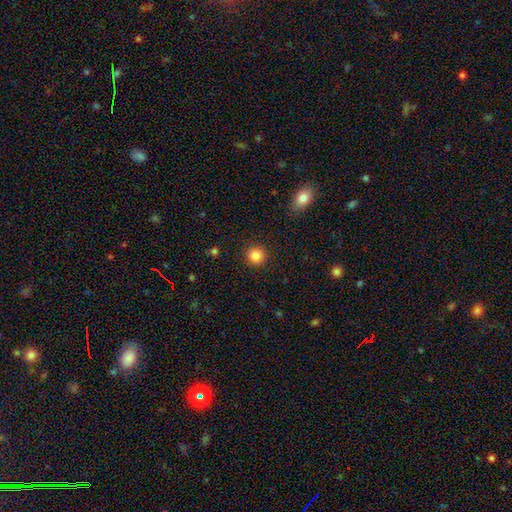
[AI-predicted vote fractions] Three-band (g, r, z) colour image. It shows a smooth galaxy with no disk features (85%) that is round (94%). Merging: none (92%).